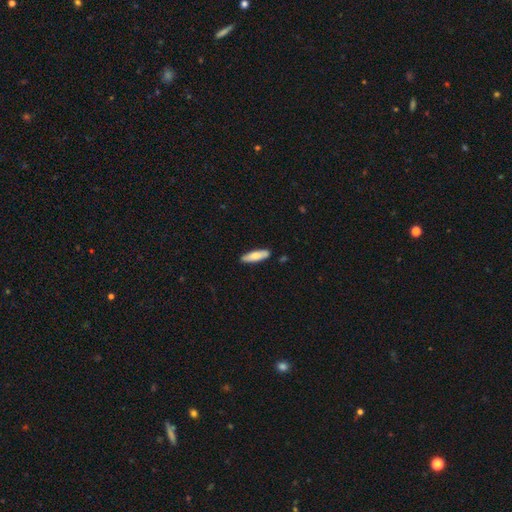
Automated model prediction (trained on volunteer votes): The model was most divided on "how rounded": cigar-shaped: 62%, in between: 36%, round: 2%. More confident: merging — none (87%); smooth or featured — smooth (76%).